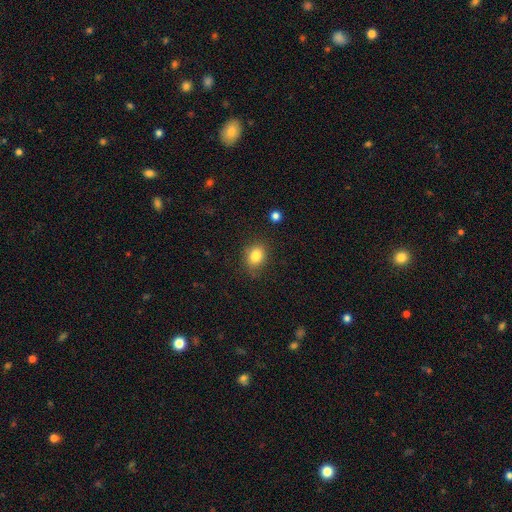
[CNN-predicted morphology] A smooth galaxy with no disk features (83%) that is in between round and cigar-shaped (50%). Merging: none (80%).